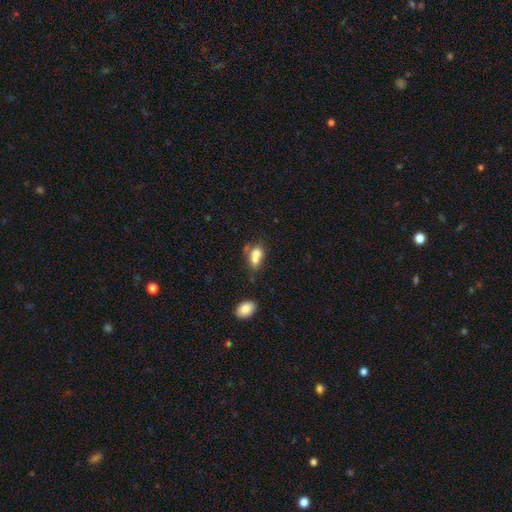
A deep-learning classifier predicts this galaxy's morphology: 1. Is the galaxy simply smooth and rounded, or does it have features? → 70% smooth, 20% featured or disk, 10% star or artifact.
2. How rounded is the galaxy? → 66% in between, 30% round, 4% cigar-shaped.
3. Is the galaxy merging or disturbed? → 59% merger, 25% none, 10% minor disturbance, 6% major disturbance.